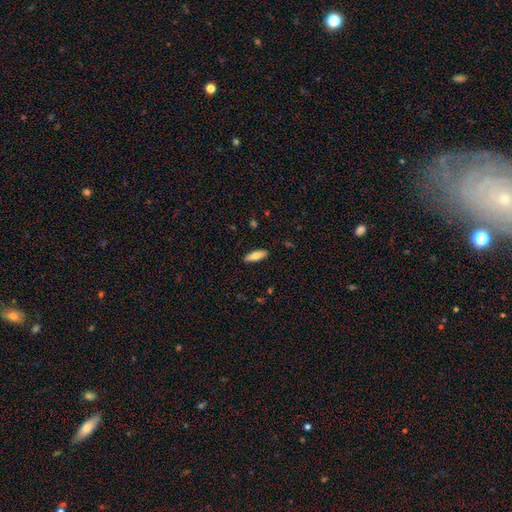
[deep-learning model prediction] smooth_or_featured: smooth (p=0.76) [alt: featured or disk p=0.18]
how_rounded: in between (p=0.57) [alt: cigar-shaped p=0.41]
merging: none (p=0.89) [alt: minor disturbance p=0.08]